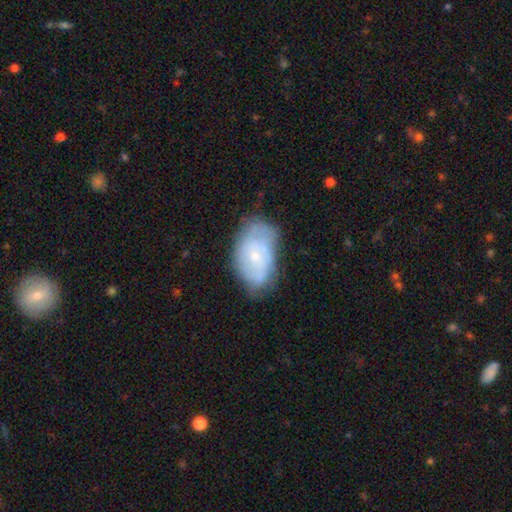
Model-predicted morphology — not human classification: Smooth or featured? Predicted: featured or disk (p=0.59). Edge-on disk? Predicted: no (p=0.96). Bar? Predicted: no (p=0.75). Spiral arms? Predicted: yes (p=0.71). Bulge size? Predicted: small (p=0.69). Merging? Predicted: none (p=0.58).